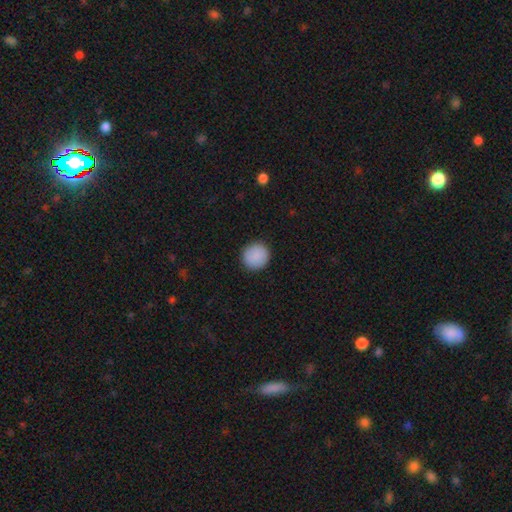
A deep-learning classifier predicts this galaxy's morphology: Smooth or featured?
  - smooth: 90% *
  - star or artifact: 6%
  - featured or disk: 4%
How rounded?
  - round: 94% *
  - in between: 5%
  - cigar-shaped: 1%
Merging?
  - none: 92% *
  - minor disturbance: 6%
  - major disturbance: 2%
  - merger: 1%